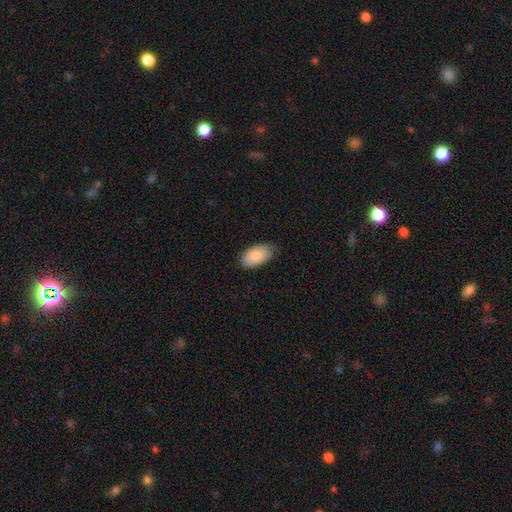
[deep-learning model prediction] Smooth or featured? smooth (87%)
How rounded? in between (95%)
Merging? none (70%)